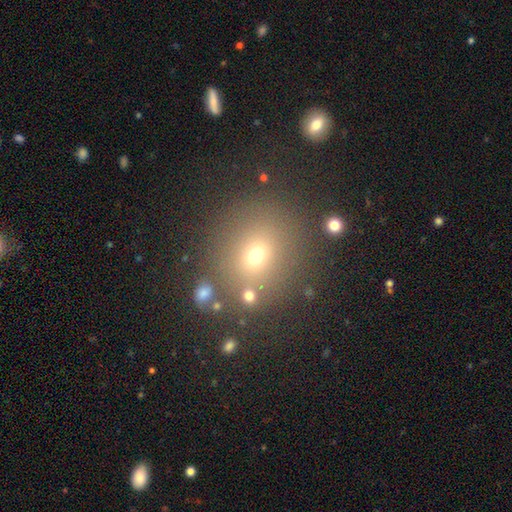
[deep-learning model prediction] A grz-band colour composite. It shows a smooth galaxy with no disk features (63%) that is round (81%). Merging: none (80%).